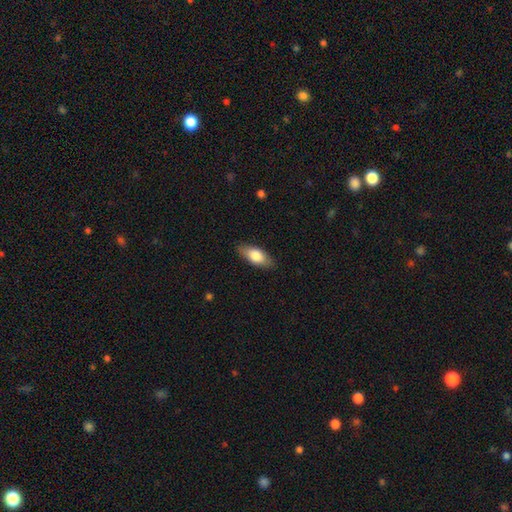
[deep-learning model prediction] A smooth galaxy with no disk features (75%) that is in between round and cigar-shaped (83%).

Vote fractions:
- Smooth or featured? smooth: 75% / featured or disk: 19% / star or artifact: 6%
- How rounded? in between: 83% / cigar-shaped: 14% / round: 3%
- Merging? none: 86% / minor disturbance: 11% / major disturbance: 2% / merger: 1%